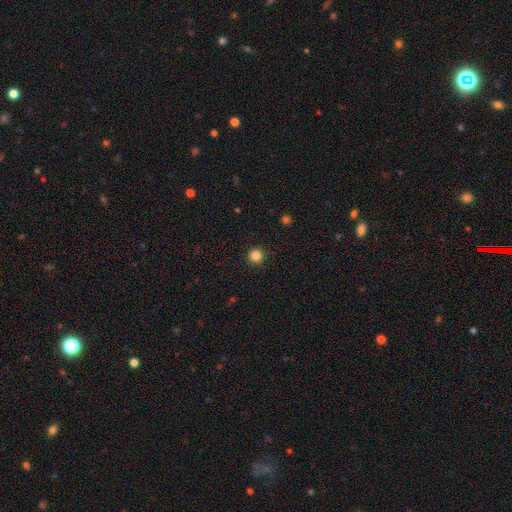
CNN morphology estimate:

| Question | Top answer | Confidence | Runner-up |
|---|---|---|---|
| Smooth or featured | smooth | 85% | star or artifact (12%) |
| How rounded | round | 96% | in between (3%) |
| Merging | none | 91% | minor disturbance (6%) |